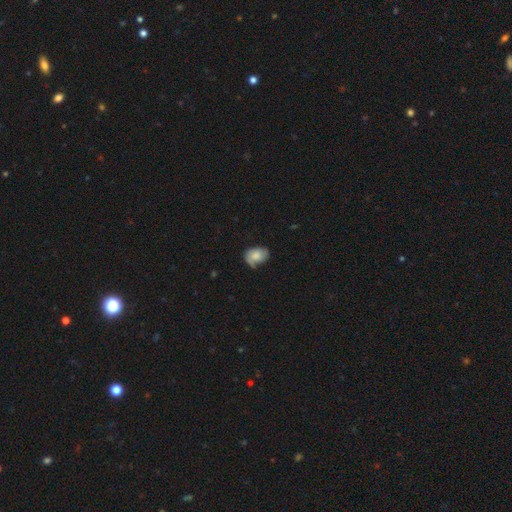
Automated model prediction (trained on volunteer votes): A smooth galaxy with no disk features (60%) that is in between round and cigar-shaped (73%).

Vote fractions:
- Smooth or featured? smooth: 60% / featured or disk: 32% / star or artifact: 8%
- How rounded? in between: 73% / round: 26% / cigar-shaped: 1%
- Merging? none: 52% / minor disturbance: 33% / major disturbance: 13% / merger: 2%